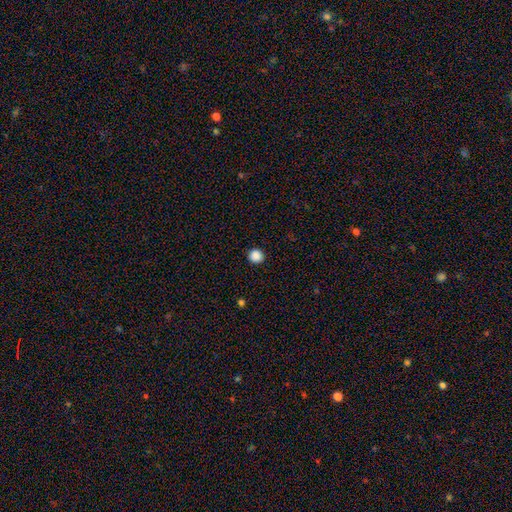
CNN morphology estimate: Smooth or featured?
  - smooth: 88% *
  - star or artifact: 10%
  - featured or disk: 2%
How rounded?
  - round: 94% *
  - in between: 5%
  - cigar-shaped: 1%
Merging?
  - none: 93% *
  - minor disturbance: 4%
  - major disturbance: 2%
  - merger: 1%